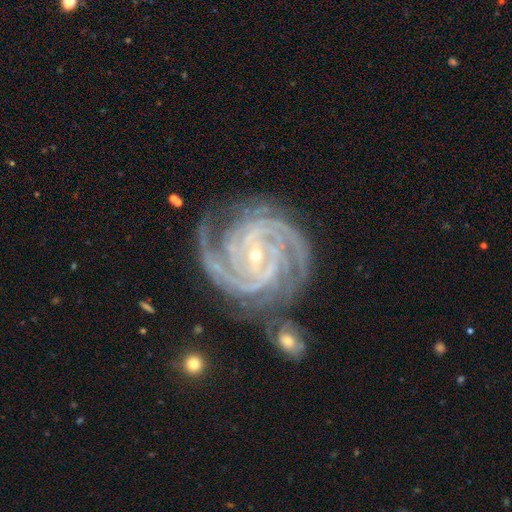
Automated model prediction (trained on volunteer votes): A featured or disk galaxy (93%) with a weak bar (37%), 4 (29%) tight (81%) spiral arms (99%) and a small central bulge (80%).

Vote fractions:
- Smooth or featured? featured or disk: 93% / star or artifact: 4% / smooth: 2%
- Edge-on disk? no: 98% / yes: 2%
- Bar? weak: 37% / no: 32% / strong: 31%
- Spiral arms? yes: 99% / no: 1%
- Spiral winding? tight: 81% / medium: 17% / loose: 2%
- Spiral arm count? 4: 29% / 3: 27% / 2: 16% / can't tell: 11% / more than 4: 10% / 1: 7%
- Bulge size? small: 80% / moderate: 17% / none: 1% / large: 1% / dominant: 1%
- Merging? none: 69% / minor disturbance: 17% / merger: 7% / major disturbance: 7%